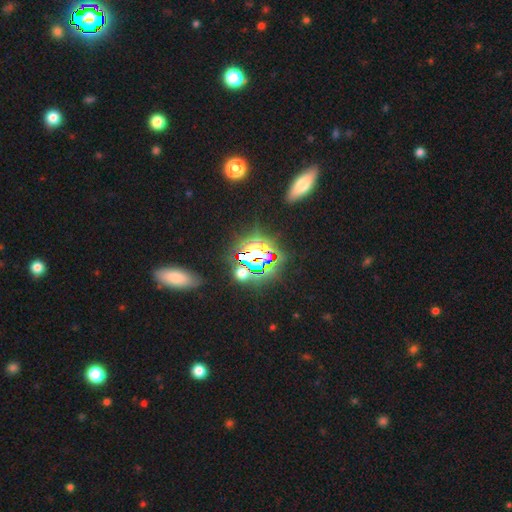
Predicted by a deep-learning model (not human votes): Morphology: type=star or artifact (80%).